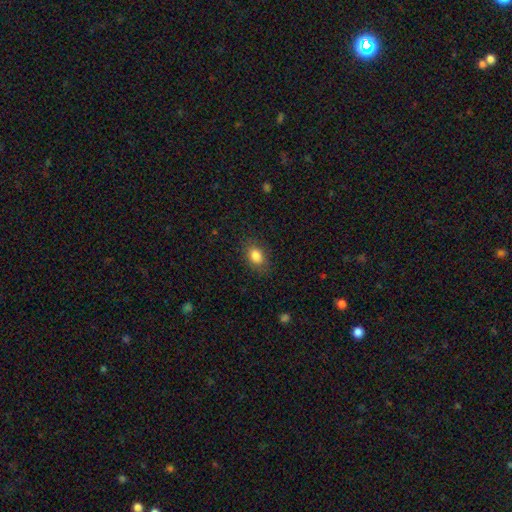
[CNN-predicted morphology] Smooth or featured? smooth (85%)
How rounded? in between (74%)
Merging? none (82%)